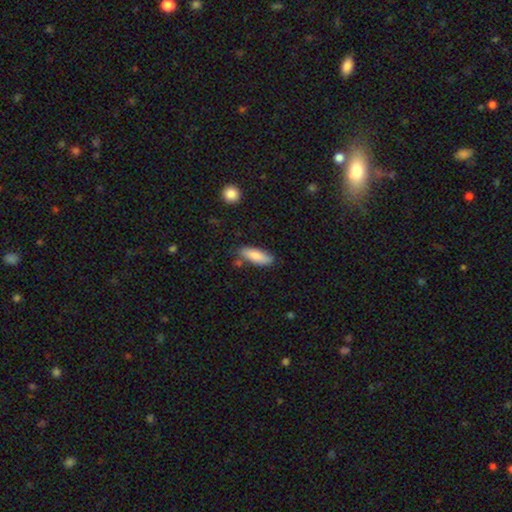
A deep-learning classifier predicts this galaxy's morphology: type=smooth (84%); roundness=in between (63%); merging=none (75%).